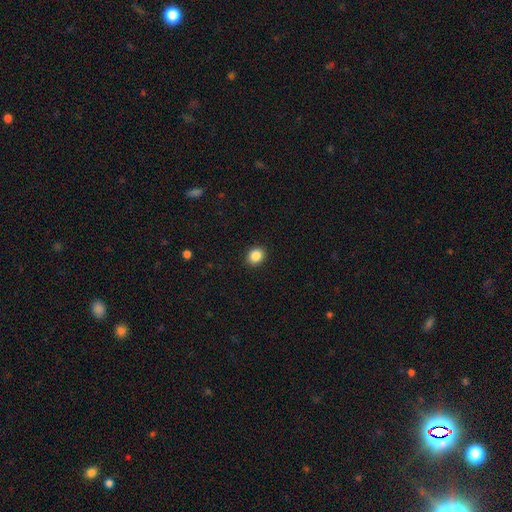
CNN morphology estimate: Q: Smooth or featured?
A: smooth (87%); runner-up: star or artifact (10%)
Q: How rounded?
A: round (73%); runner-up: in between (26%)
Q: Merging?
A: none (91%); runner-up: minor disturbance (6%)